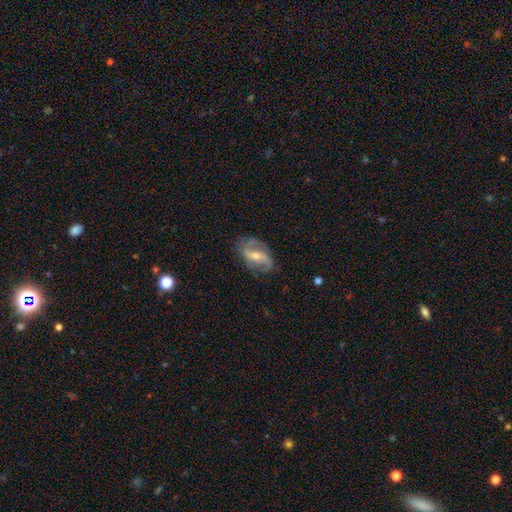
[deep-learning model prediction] Morphology: type=featured or disk (82%); edge-on=no (97%); bar=weak (44%); spiral arms=yes (94%); winding=loose (50%); arm count=2 (89%); bulge=small (49%); merging=none (76%).